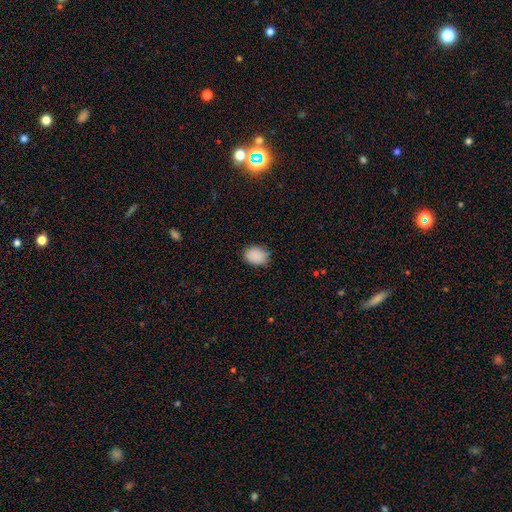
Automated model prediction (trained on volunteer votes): This is clearly a smooth galaxy (88%). How rounded: likely in between (67%). Merging: likely none (75%).